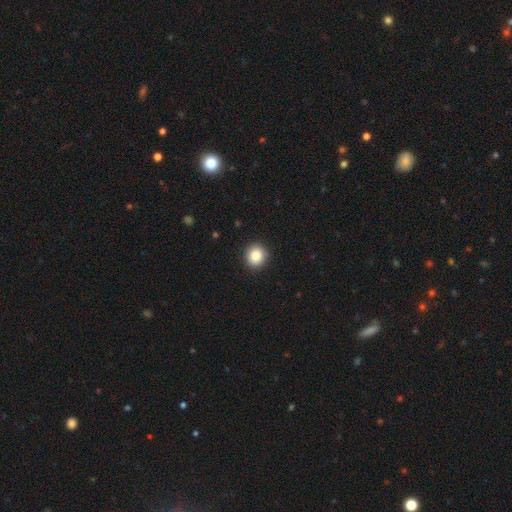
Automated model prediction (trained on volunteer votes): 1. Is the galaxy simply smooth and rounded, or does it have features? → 84% smooth, 9% star or artifact, 6% featured or disk.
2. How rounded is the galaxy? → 87% round, 12% in between, 1% cigar-shaped.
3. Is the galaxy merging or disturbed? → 92% none, 5% minor disturbance, 2% major disturbance, 1% merger.